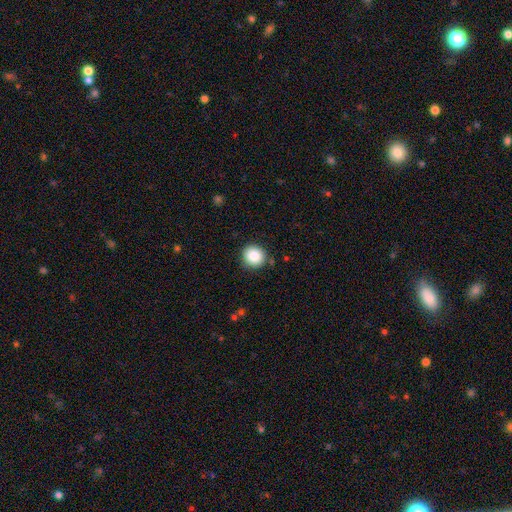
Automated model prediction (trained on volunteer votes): Smooth or featured: smooth — 86% (star or artifact — 9%)
How rounded: round — 92% (in between — 7%)
Merging: none — 89% (minor disturbance — 7%)